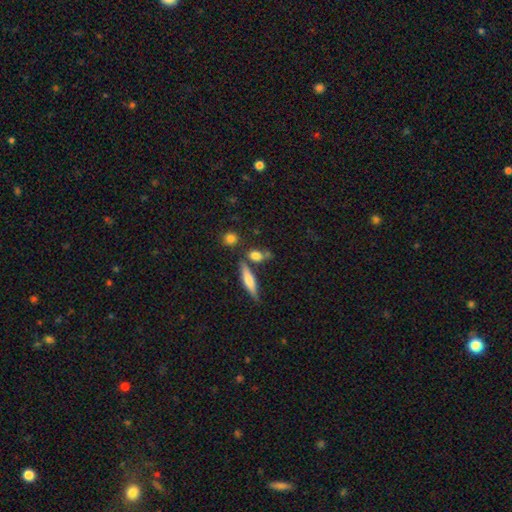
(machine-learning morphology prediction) Smooth or featured? Predicted: smooth (p=0.75). How rounded? Predicted: in between (p=0.53). Merging? Predicted: none (p=0.65).